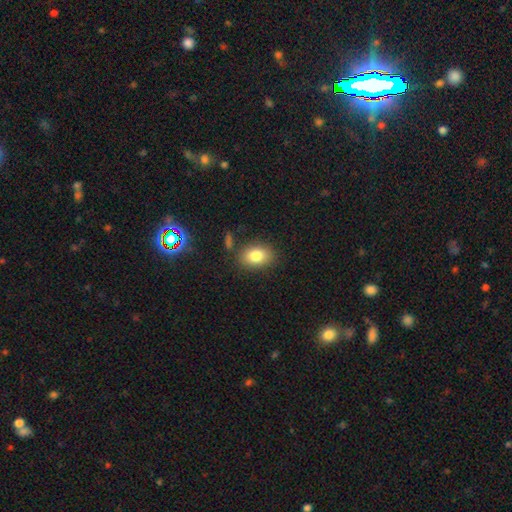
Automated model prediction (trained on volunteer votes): A smooth galaxy with no disk features (82%) that is in between round and cigar-shaped (77%). Merging: none (81%).